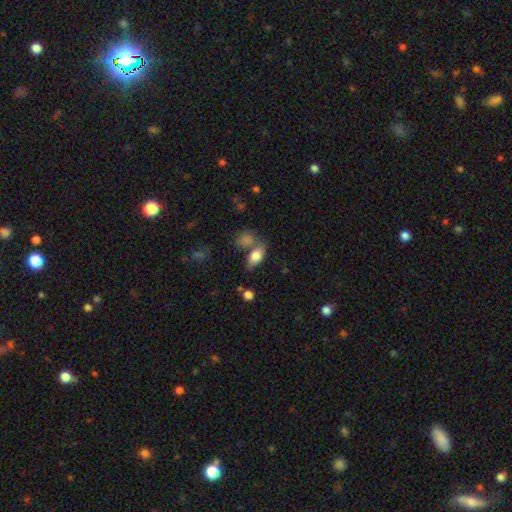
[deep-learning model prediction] smooth-or-featured: smooth: 80% | featured or disk: 12% | star or artifact: 8%
  how-rounded: in between: 88% | round: 7% | cigar-shaped: 5%
  merging: none: 50% | merger: 29% | minor disturbance: 15% | major disturbance: 6%